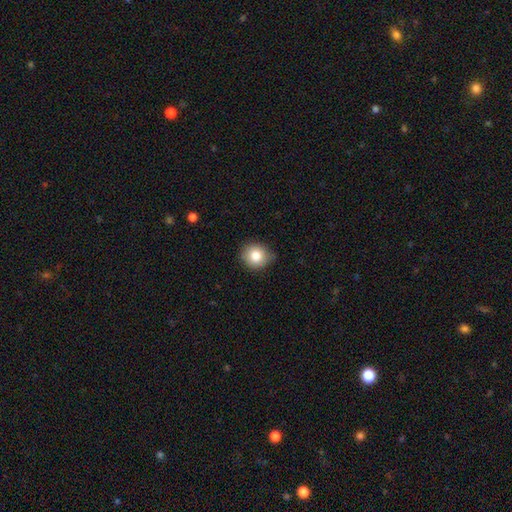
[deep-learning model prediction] Smooth or featured?
  - smooth: 83% *
  - star or artifact: 10%
  - featured or disk: 8%
How rounded?
  - round: 84% *
  - in between: 15%
  - cigar-shaped: 1%
Merging?
  - none: 82% *
  - minor disturbance: 15%
  - major disturbance: 3%
  - merger: 1%